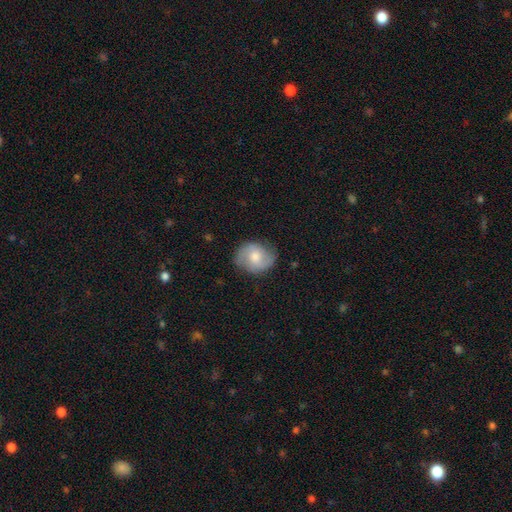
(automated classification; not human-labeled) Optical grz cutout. It shows a featured or disk galaxy (52%) with no bar (57%), spiral arms (85%) and a moderate central bulge (65%). Merging: none (80%).